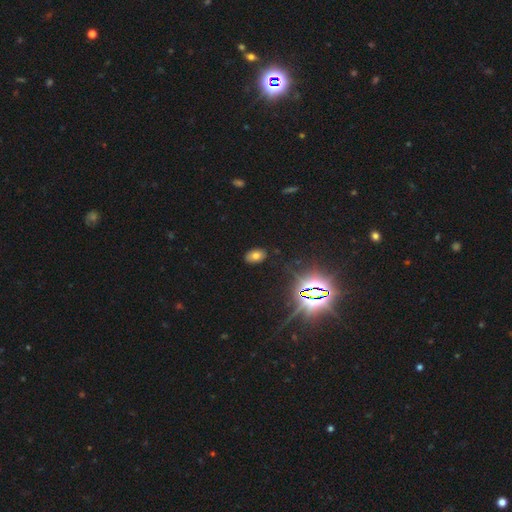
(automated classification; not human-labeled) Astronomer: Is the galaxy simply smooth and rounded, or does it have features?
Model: smooth — 62%.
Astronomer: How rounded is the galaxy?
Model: in between — 87%.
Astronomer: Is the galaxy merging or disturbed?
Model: none — 87%.